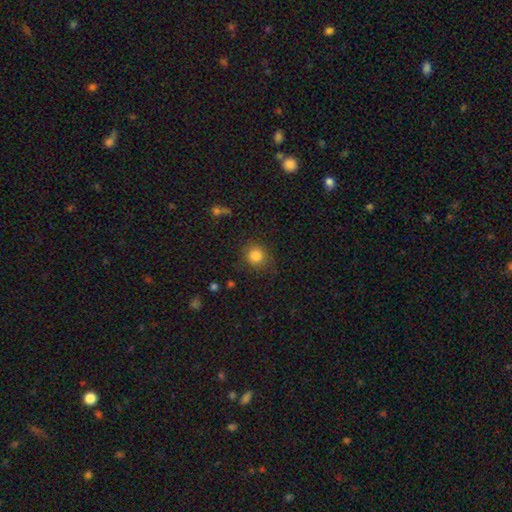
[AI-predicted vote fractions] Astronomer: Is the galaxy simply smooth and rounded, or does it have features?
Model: smooth — 84%.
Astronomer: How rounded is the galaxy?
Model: round — 84%.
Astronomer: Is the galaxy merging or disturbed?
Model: none — 84%.